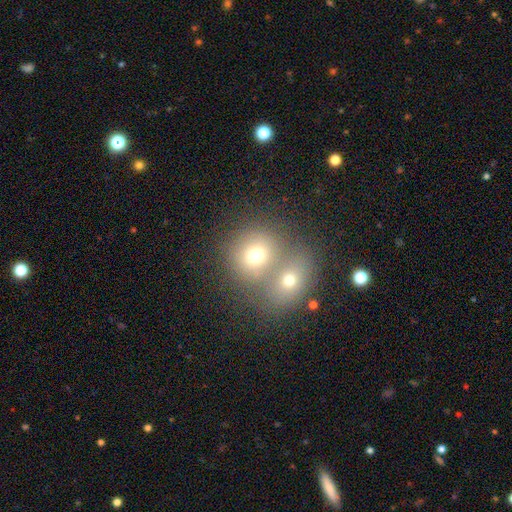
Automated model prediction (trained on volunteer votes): The model was most divided on "smooth or featured": star or artifact: 58%, smooth: 30%, featured or disk: 12%.